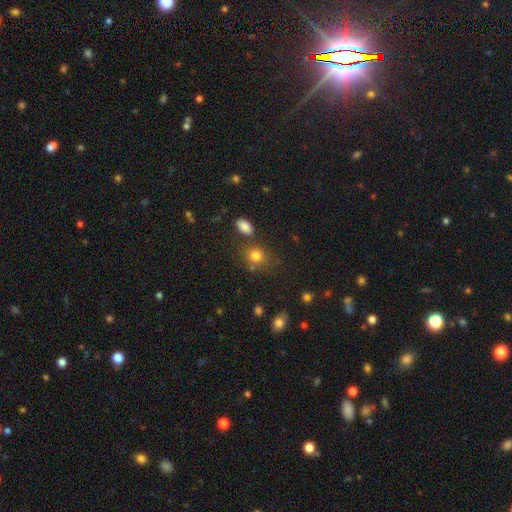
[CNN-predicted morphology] smooth_or_featured: smooth (p=0.79) [alt: star or artifact p=0.13]
how_rounded: round (p=0.69) [alt: in between p=0.30]
merging: none (p=0.66) [alt: minor disturbance p=0.15]